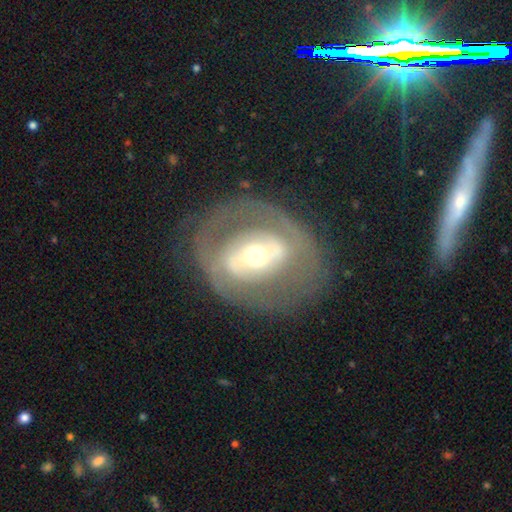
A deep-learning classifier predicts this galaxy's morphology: The model was most divided on "bar": no: 37%, strong: 33%, weak: 31%. More confident: edge-on disk — no (93%); merging — none (71%); smooth or featured — featured or disk (69%); bulge size — moderate (64%); spiral arms — no (60%).